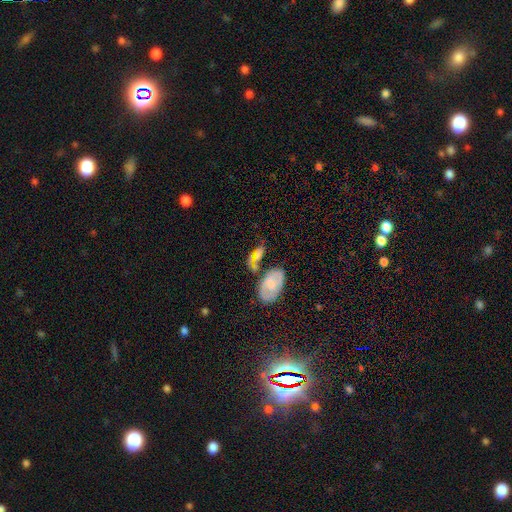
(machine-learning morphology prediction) smooth-or-featured: smooth: 49% | featured or disk: 40% | star or artifact: 11%
  merging: none: 38% | merger: 32% | minor disturbance: 18% | major disturbance: 12%